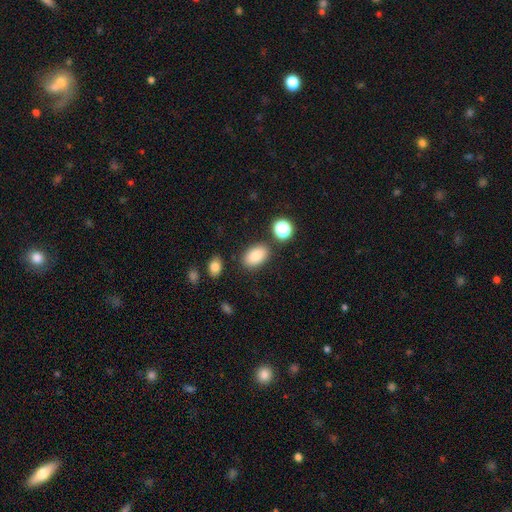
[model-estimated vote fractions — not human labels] smooth 84%, star or artifact 9%, featured or disk 7%. Down the decision tree: how rounded — in between (89%); merging — none (82%).